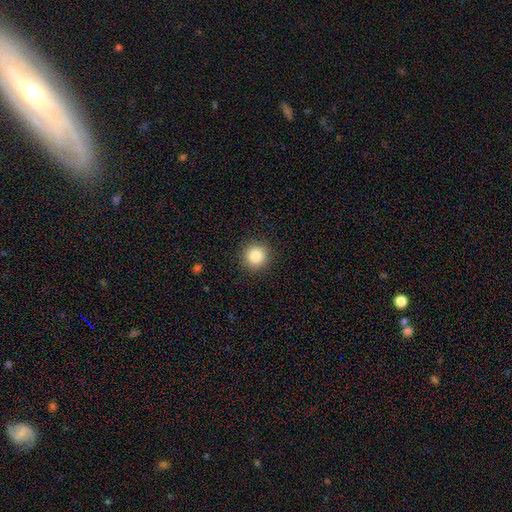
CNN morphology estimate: Smooth or featured: smooth — 85% (star or artifact — 10%)
How rounded: round — 94% (in between — 5%)
Merging: none — 92% (minor disturbance — 5%)